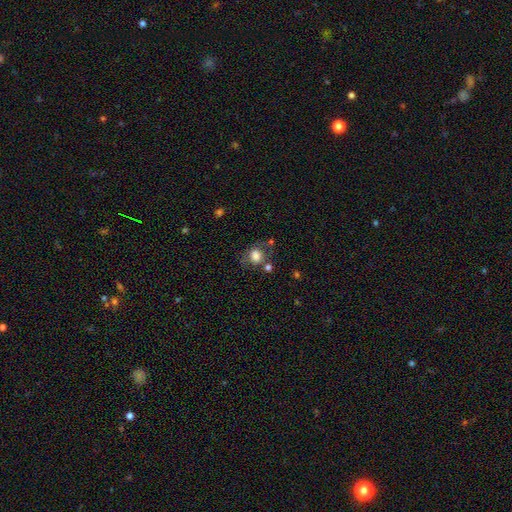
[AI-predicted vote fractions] The model was most divided on "how rounded": round: 63%, in between: 36%, cigar-shaped: 1%. More confident: smooth or featured — smooth (75%); merging — none (57%).